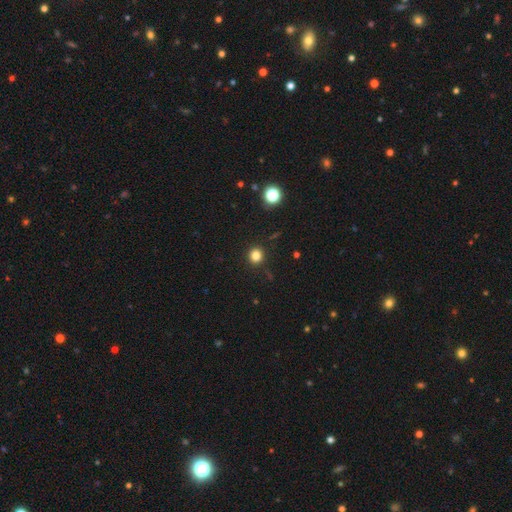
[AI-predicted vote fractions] Smooth or featured?
  - smooth: 81% *
  - star or artifact: 14%
  - featured or disk: 5%
How rounded?
  - round: 87% *
  - in between: 12%
  - cigar-shaped: 1%
Merging?
  - none: 90% *
  - minor disturbance: 6%
  - major disturbance: 2%
  - merger: 1%